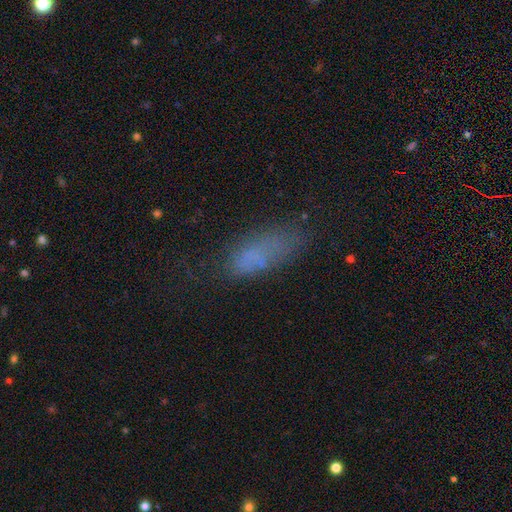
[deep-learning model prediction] smooth-or-featured: smooth: 65% | featured or disk: 19% | star or artifact: 16%
  how-rounded: in between: 69% | cigar-shaped: 28% | round: 3%
  merging: none: 48% | minor disturbance: 27% | major disturbance: 21% | merger: 4%